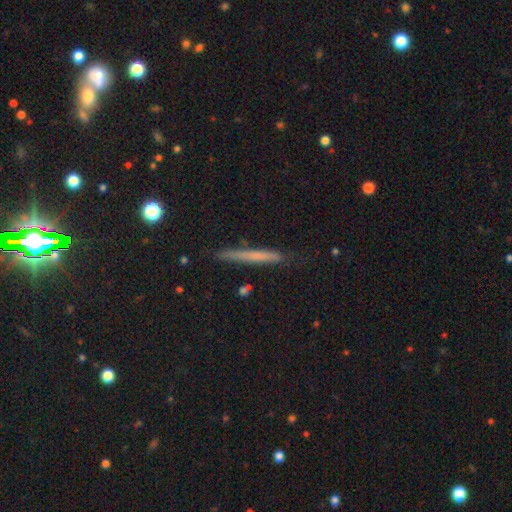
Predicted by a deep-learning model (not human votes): smooth 55%, featured or disk 37%, star or artifact 8%. Down the decision tree: how rounded — cigar-shaped (96%); merging — none (85%).